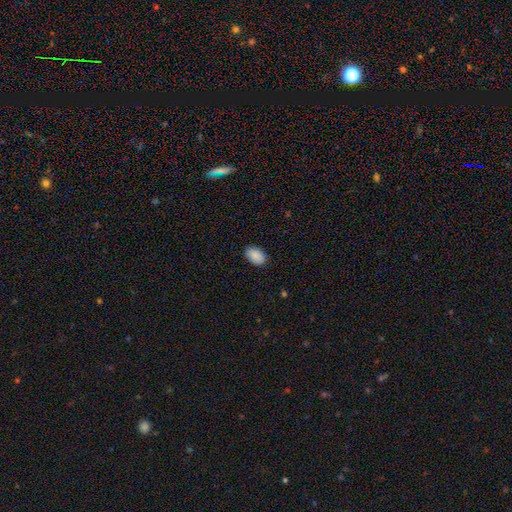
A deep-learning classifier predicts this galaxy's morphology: smooth-or-featured: smooth: 89% | star or artifact: 7% | featured or disk: 4%
  how-rounded: in between: 89% | round: 10% | cigar-shaped: 1%
  merging: none: 88% | minor disturbance: 9% | major disturbance: 2% | merger: 1%